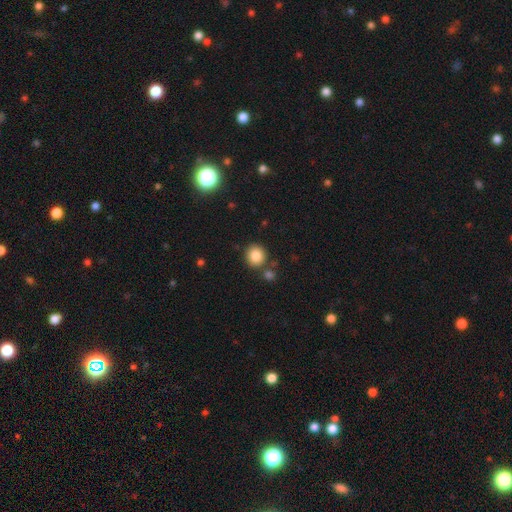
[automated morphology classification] A smooth galaxy with no disk features (84%) that is round (87%). Merging: none (80%).